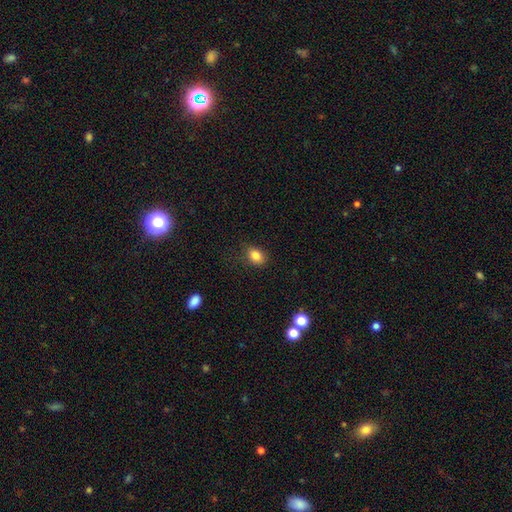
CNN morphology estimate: This is clearly a smooth galaxy (84%). How rounded: likely in between (67%). Merging: clearly none (82%).